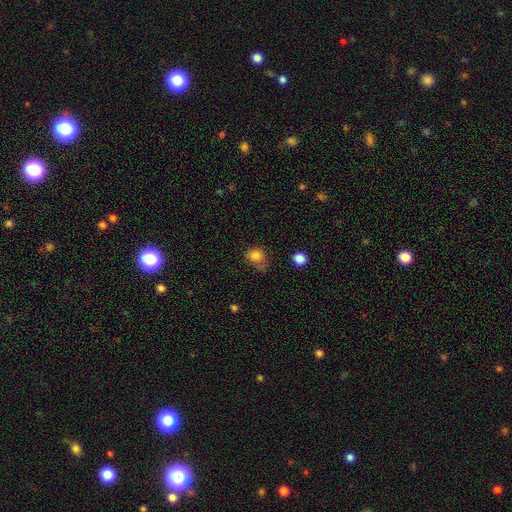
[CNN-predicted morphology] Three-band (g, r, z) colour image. It shows a smooth galaxy with no disk features (82%) that is round (67%). Merging: none (46%).